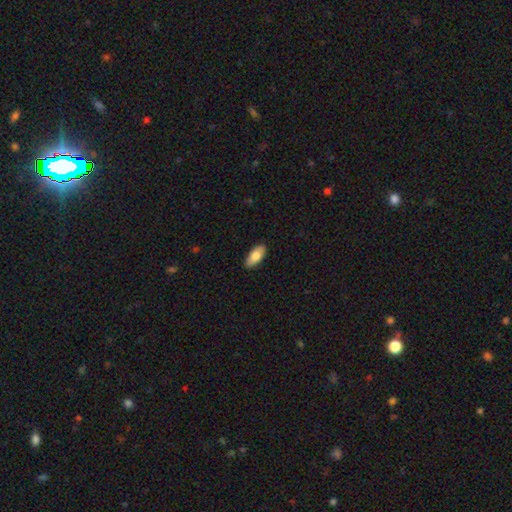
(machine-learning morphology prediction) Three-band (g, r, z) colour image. It shows a smooth galaxy with no disk features (81%) that is in between round and cigar-shaped (86%). Merging: none (88%).